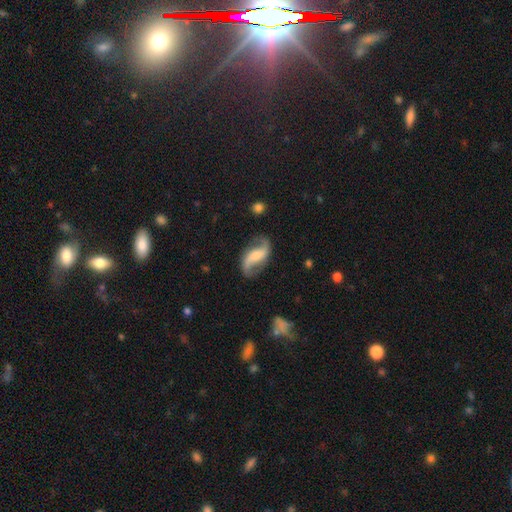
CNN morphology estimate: Smooth or featured?
  - featured or disk: 85% *
  - smooth: 10%
  - star or artifact: 5%
Edge-on disk?
  - no: 96% *
  - yes: 4%
Bar?
  - weak: 36% *
  - no: 34%
  - strong: 30%
Spiral arms?
  - yes: 96% *
  - no: 4%
Spiral winding?
  - loose: 76% *
  - medium: 19%
  - tight: 5%
Spiral arm count?
  - 2: 93% *
  - 1: 2%
  - can't tell: 2%
  - 3: 1%
  - 4: 1%
  - more than 4: 1%
Bulge size?
  - moderate: 39% *
  - small: 38%
  - none: 12%
  - large: 9%
  - dominant: 2%
Merging?
  - none: 78% *
  - minor disturbance: 14%
  - major disturbance: 6%
  - merger: 2%